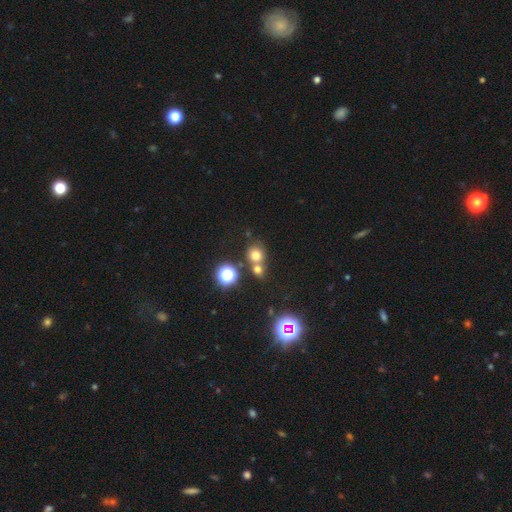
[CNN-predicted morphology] type=smooth (70%); roundness=round (85%); merging=none (54%).